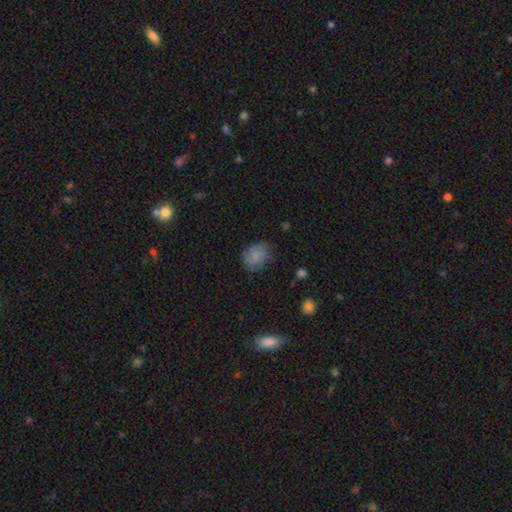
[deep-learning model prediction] smooth_or_featured: smooth (p=0.79) [alt: featured or disk p=0.11]
how_rounded: round (p=0.52) [alt: in between p=0.47]
merging: none (p=0.70) [alt: minor disturbance p=0.23]